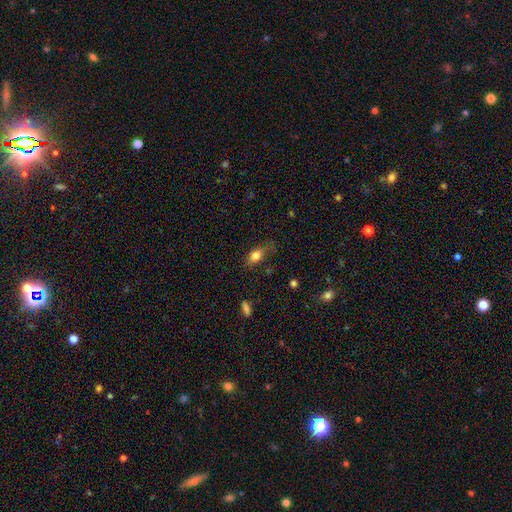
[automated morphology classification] A smooth galaxy with no disk features (77%) that is in between round and cigar-shaped (78%). Merging: none (56%).